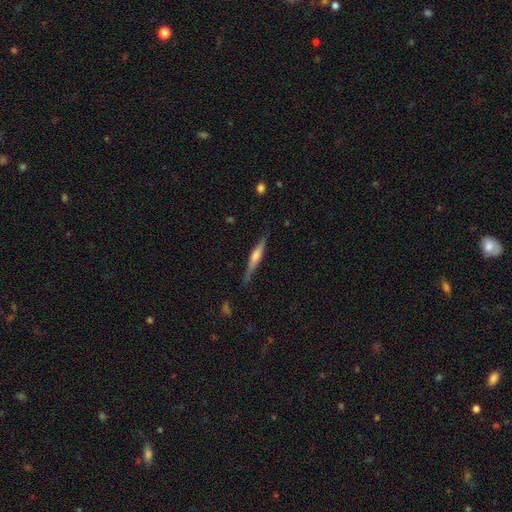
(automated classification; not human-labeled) featured or disk 67%, smooth 27%, star or artifact 6%. Down the decision tree: edge-on disk — yes (98%); edge-on bulge — rounded (73%); merging — none (85%).